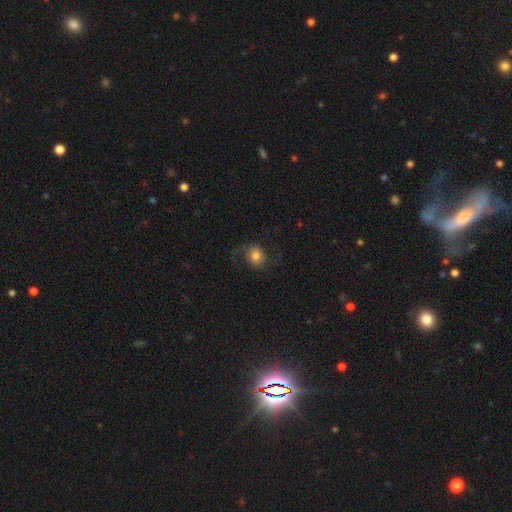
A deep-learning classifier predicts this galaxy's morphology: This appears to be a smooth galaxy with no disk features (50%) that is round (66%). Merging: none (64%).